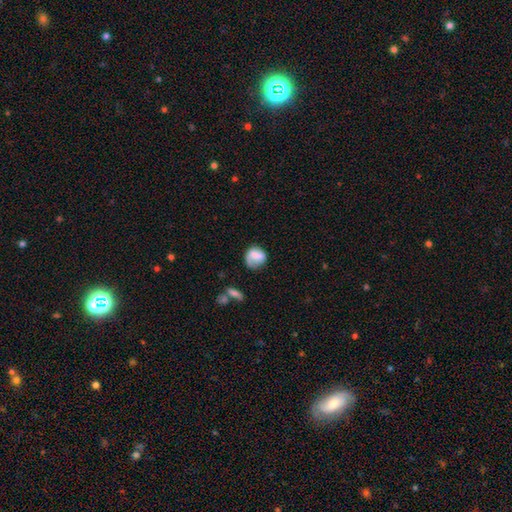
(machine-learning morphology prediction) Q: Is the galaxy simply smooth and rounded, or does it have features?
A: smooth — 65%.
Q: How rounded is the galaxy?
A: round — 70%.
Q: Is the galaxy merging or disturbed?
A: none — 52%.